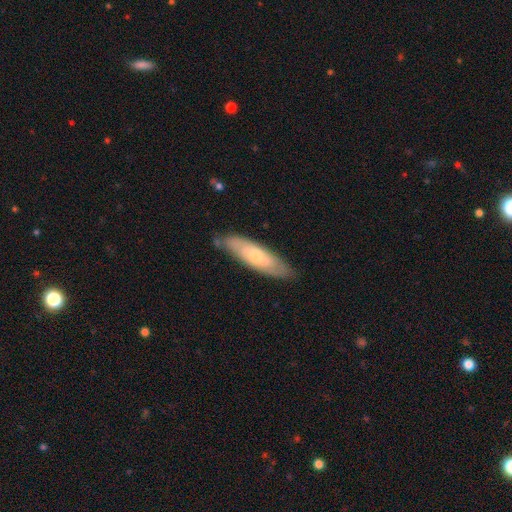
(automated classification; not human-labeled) smooth_or_featured: featured or disk (p=0.50) [alt: smooth p=0.45]
merging: none (p=0.76) [alt: minor disturbance p=0.18]